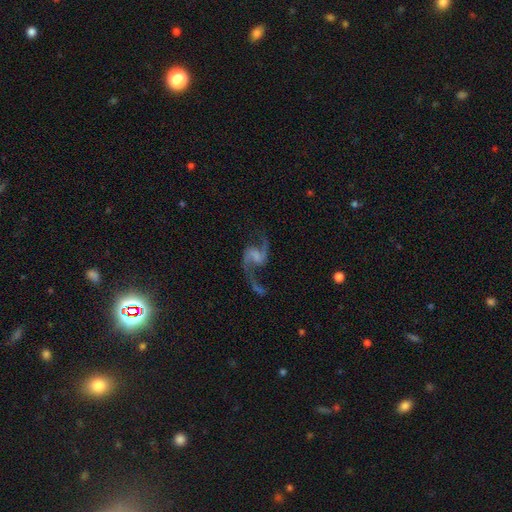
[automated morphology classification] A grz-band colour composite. It shows a featured or disk galaxy (91%) with a weak bar (49%), 2 (94%) loose (77%) spiral arms (97%) and no central bulge (50%). Merging: none (71%).